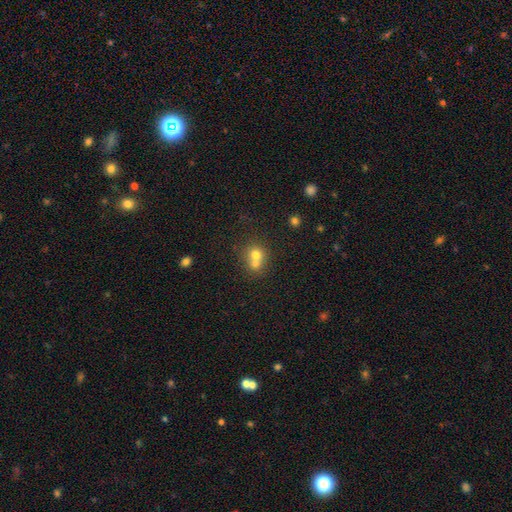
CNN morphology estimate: Smooth or featured? Predicted: smooth (p=0.71). How rounded? Predicted: round (p=0.81). Merging? Predicted: merger (p=0.60).